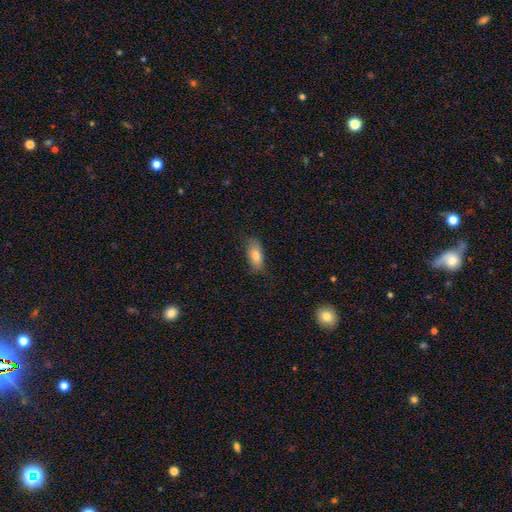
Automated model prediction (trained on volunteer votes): Smooth or featured? Predicted: smooth (p=0.81). How rounded? Predicted: in between (p=0.89). Merging? Predicted: none (p=0.76).